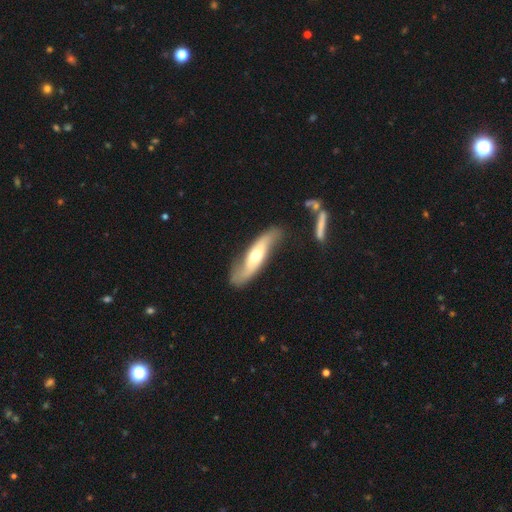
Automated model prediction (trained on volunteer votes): Morphology: type=featured or disk (69%); edge-on=no (71%); merging=none (64%).